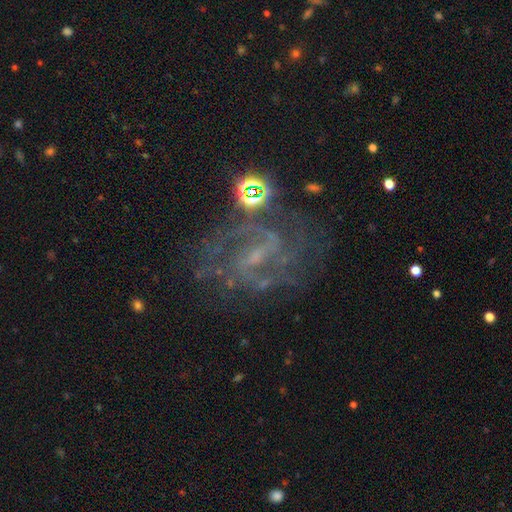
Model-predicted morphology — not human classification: smooth-or-featured: featured or disk: 82% | star or artifact: 12% | smooth: 6%
  disk-edge-on: no: 97% | yes: 3%
    bar: weak: 54% | no: 25% | strong: 21%
    has-spiral-arms: yes: 92% | no: 8%
      spiral-winding: medium: 51% | tight: 28% | loose: 21%
      spiral-arm-count: 2: 55% | can't tell: 22% | 3: 10% | 4: 5% | 1: 4% | more than 4: 4%
    bulge-size: small: 63% | none: 19% | moderate: 16% | large: 1% | dominant: 1%
  merging: none: 64% | minor disturbance: 16% | major disturbance: 14% | merger: 5%